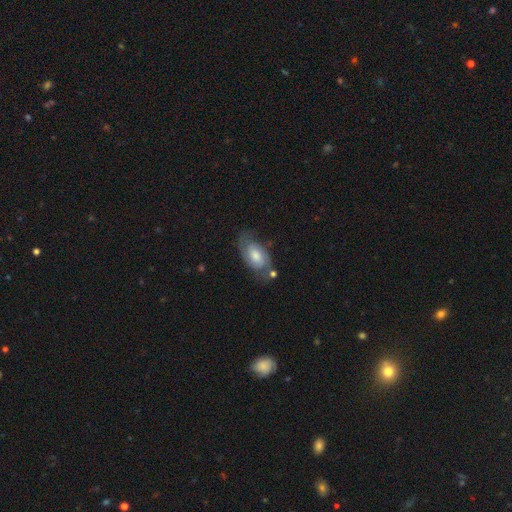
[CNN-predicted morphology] Smooth or featured: featured or disk — 61% (smooth — 32%)
Edge-on disk: no — 94% (yes — 6%)
Bar: no — 63% (weak — 32%)
Spiral arms: yes — 87% (no — 13%)
Bulge size: moderate — 51% (large — 23%)
Merging: none — 60% (minor disturbance — 23%)